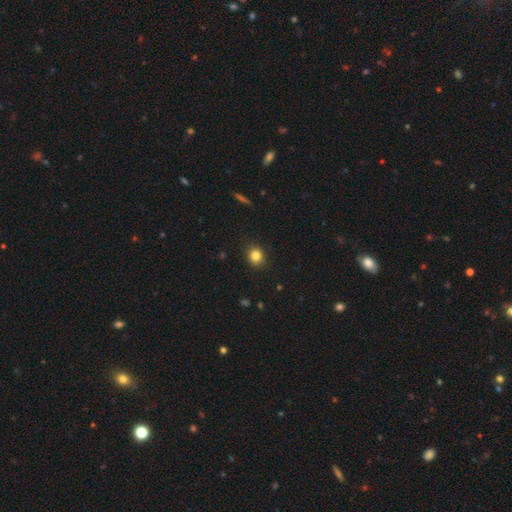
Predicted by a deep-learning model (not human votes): Q: Smooth or featured?
A: smooth (83%); runner-up: star or artifact (11%)
Q: How rounded?
A: round (80%); runner-up: in between (19%)
Q: Merging?
A: none (89%); runner-up: minor disturbance (8%)